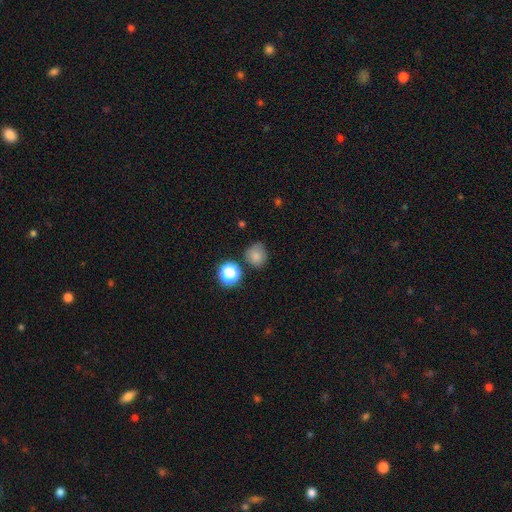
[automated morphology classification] Overall: smooth (79%). How rounded: round (84%). Merging: none (69%).